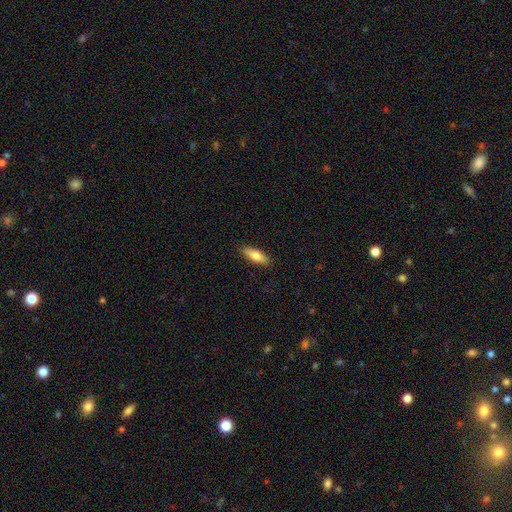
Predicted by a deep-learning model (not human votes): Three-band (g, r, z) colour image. It shows a smooth galaxy with no disk features (74%) that is in between round and cigar-shaped (56%). Merging: none (88%).